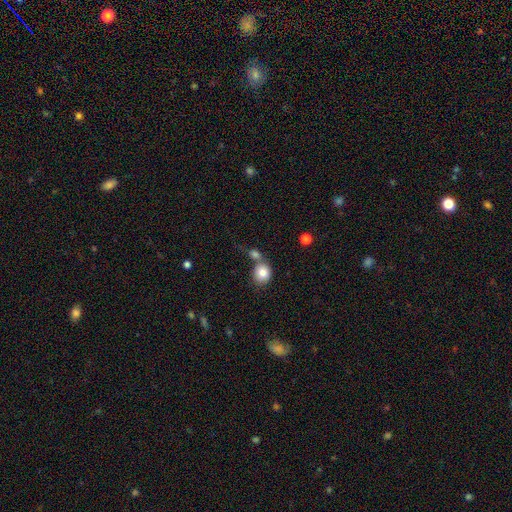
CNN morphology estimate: Smooth or featured: smooth — 75% (star or artifact — 15%)
How rounded: round — 81% (in between — 17%)
Merging: none — 59% (merger — 26%)